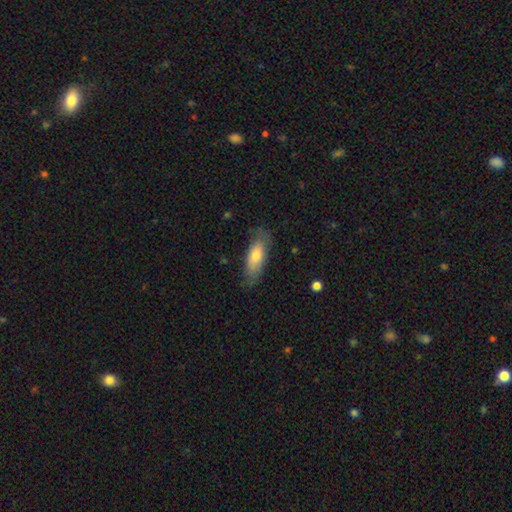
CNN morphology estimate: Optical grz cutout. It shows a smooth galaxy with no disk features (73%) that is in between round and cigar-shaped (67%). Merging: none (75%).